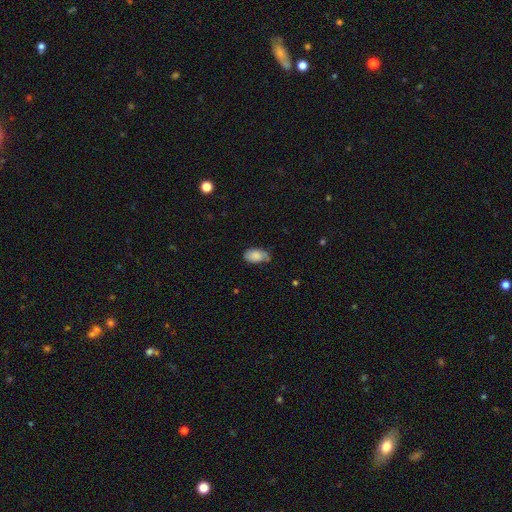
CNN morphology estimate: This is likely a smooth galaxy (78%). How rounded: clearly in between (92%). Merging: possibly none (53%).